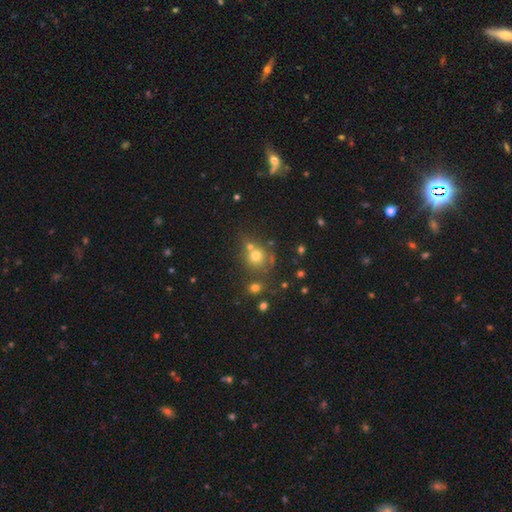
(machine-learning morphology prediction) A smooth galaxy with no disk features (68%) that is round (84%). Merging: none (55%).